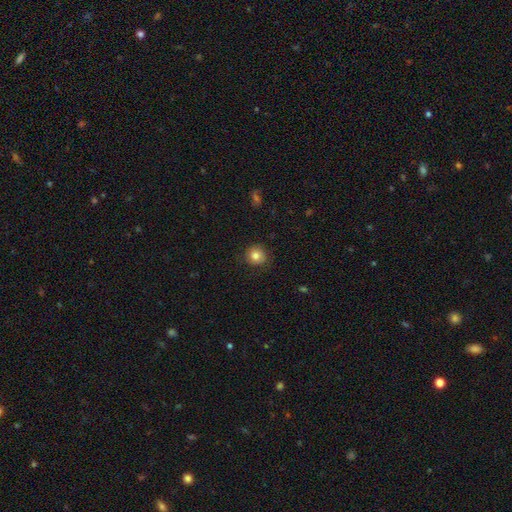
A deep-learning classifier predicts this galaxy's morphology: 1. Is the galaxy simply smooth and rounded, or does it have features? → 81% smooth, 11% star or artifact, 8% featured or disk.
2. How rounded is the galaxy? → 89% round, 10% in between, 1% cigar-shaped.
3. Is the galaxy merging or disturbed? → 86% none, 10% minor disturbance, 3% major disturbance, 1% merger.